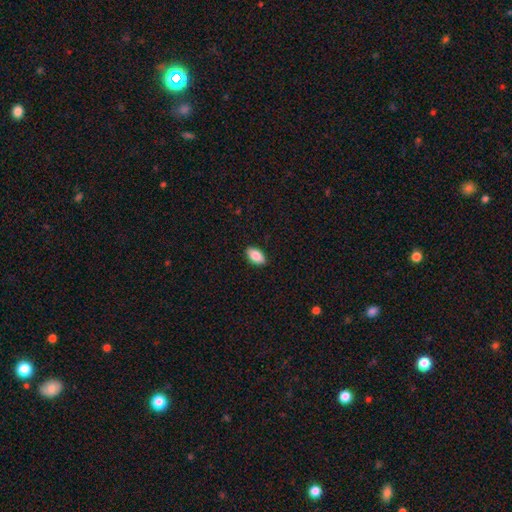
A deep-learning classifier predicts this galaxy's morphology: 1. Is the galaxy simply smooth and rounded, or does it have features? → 86% smooth, 7% featured or disk, 7% star or artifact.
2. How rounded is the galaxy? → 93% in between, 4% round, 2% cigar-shaped.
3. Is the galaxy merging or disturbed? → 90% none, 8% minor disturbance, 2% major disturbance, 1% merger.